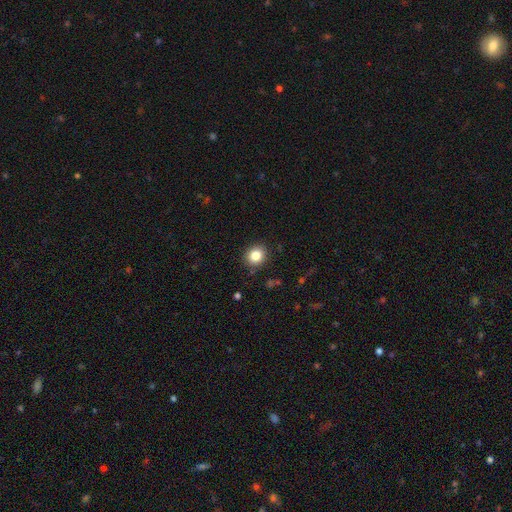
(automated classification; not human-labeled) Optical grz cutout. It shows a smooth galaxy with no disk features (84%) that is round (77%). Merging: none (89%).